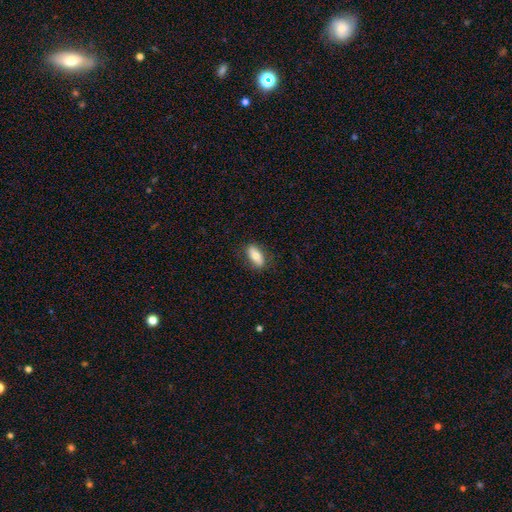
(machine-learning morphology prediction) Smooth or featured: smooth — 72% (featured or disk — 21%)
How rounded: in between — 82% (cigar-shaped — 14%)
Merging: none — 83% (minor disturbance — 13%)